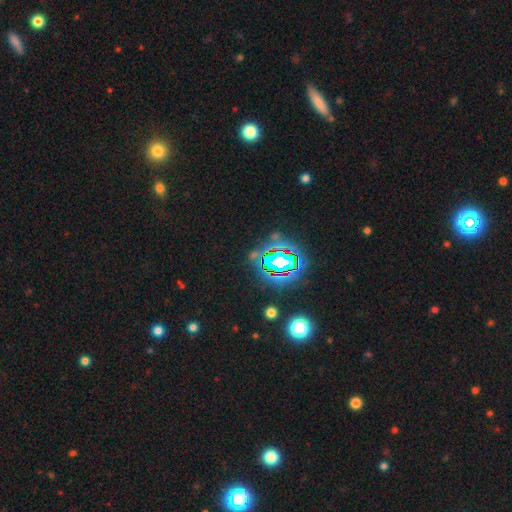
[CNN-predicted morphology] smooth_or_featured: star or artifact (p=0.77) [alt: smooth p=0.13]